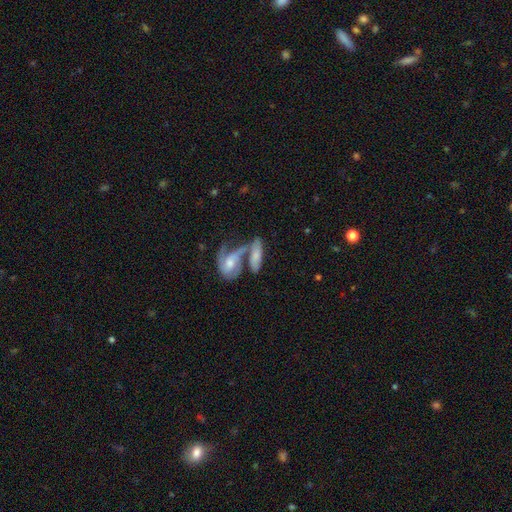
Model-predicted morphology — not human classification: Q: Smooth or featured?
A: smooth (47%); runner-up: featured or disk (46%)
Q: Merging?
A: merger (59%); runner-up: none (21%)